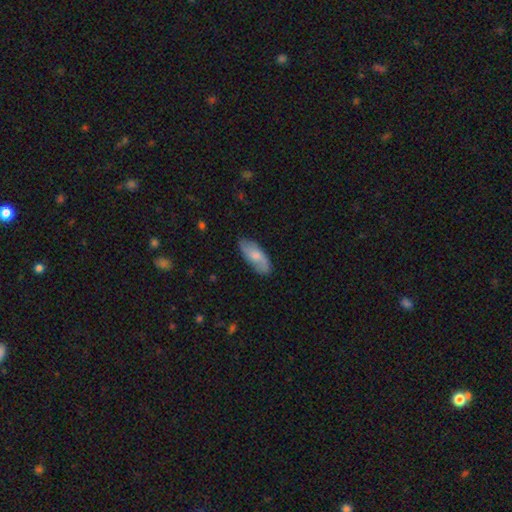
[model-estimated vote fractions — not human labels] Overall: smooth (65%; featured or disk 29%). How rounded: in between (82%). Merging: none (79%).